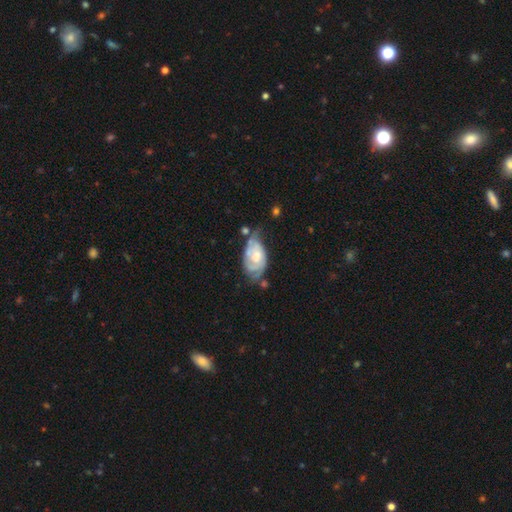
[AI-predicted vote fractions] This appears to be a featured or disk galaxy (68%) with no bar (68%), tight (59%) spiral arms (82%) and a moderate central bulge (49%). Merging: none (37%).